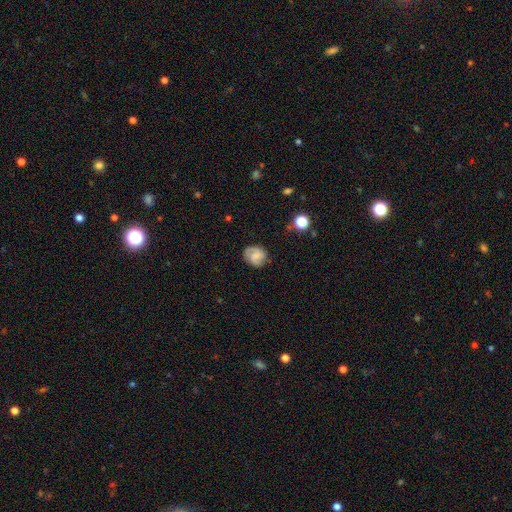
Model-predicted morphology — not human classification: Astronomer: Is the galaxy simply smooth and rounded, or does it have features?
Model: smooth — 57% (runner-up: featured or disk, 34%).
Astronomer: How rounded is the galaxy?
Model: round — 72%.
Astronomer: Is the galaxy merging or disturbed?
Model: none — 70%.